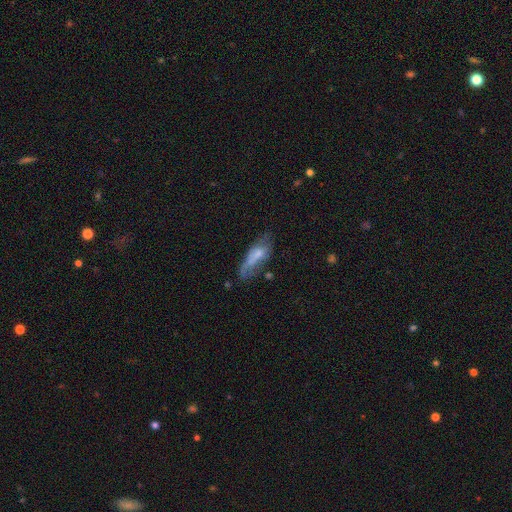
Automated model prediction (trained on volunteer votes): This is possibly a smooth galaxy (56%). How rounded: likely in between (63%). Merging: marginally none (38%).